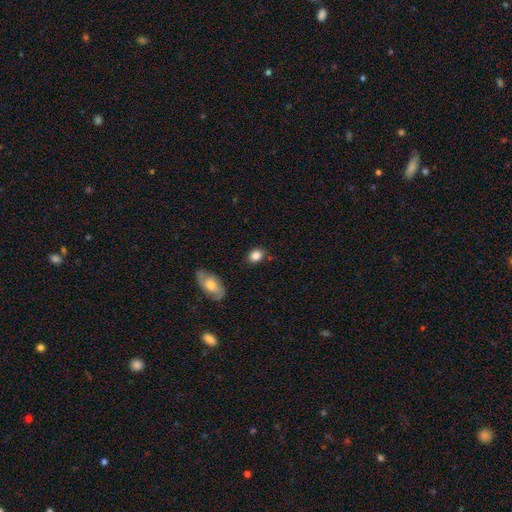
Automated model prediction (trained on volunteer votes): Smooth or featured: smooth — 85% (star or artifact — 8%)
How rounded: in between — 57% (round — 42%)
Merging: none — 79% (minor disturbance — 15%)